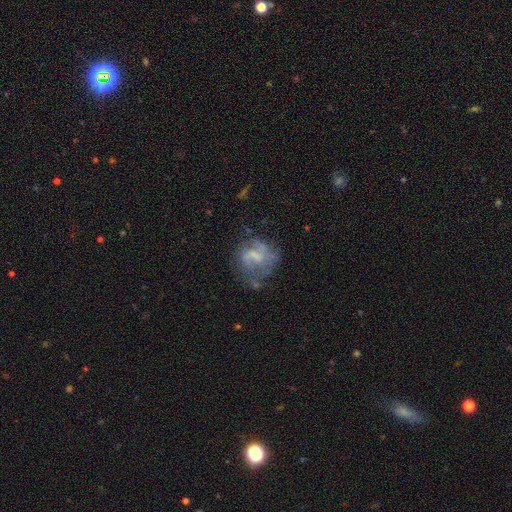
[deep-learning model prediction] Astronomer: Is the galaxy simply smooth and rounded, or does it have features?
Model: featured or disk — 60%.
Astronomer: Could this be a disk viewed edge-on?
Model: no — 98%.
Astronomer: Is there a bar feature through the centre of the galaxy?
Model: no — 48% (runner-up: weak, 40%).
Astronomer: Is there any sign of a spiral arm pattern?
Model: yes — 55% (runner-up: no, 45%).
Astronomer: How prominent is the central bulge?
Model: none — 46% (runner-up: small, 28%).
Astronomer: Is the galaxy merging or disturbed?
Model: none — 46% (runner-up: major disturbance, 26%).